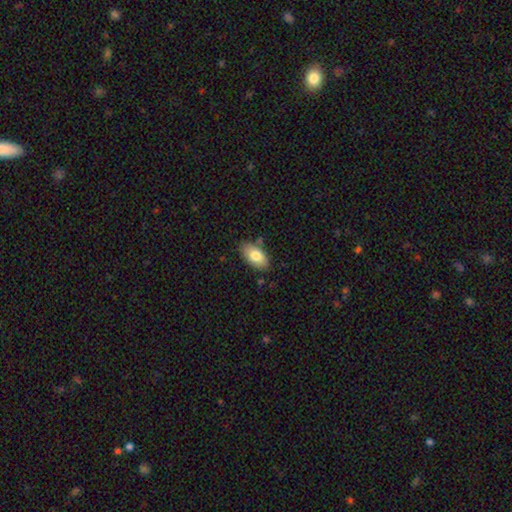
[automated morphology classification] smooth-or-featured: smooth: 78% | featured or disk: 15% | star or artifact: 7%
  how-rounded: in between: 93% | round: 4% | cigar-shaped: 3%
  merging: none: 80% | minor disturbance: 14% | merger: 3% | major disturbance: 3%